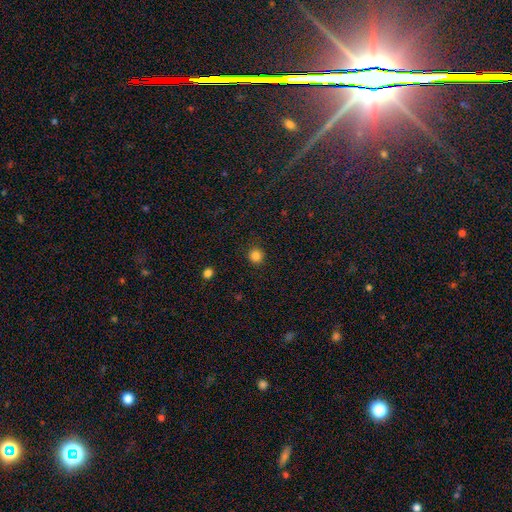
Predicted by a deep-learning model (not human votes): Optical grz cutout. It shows a smooth galaxy with no disk features (84%) that is round (91%). Merging: none (90%).